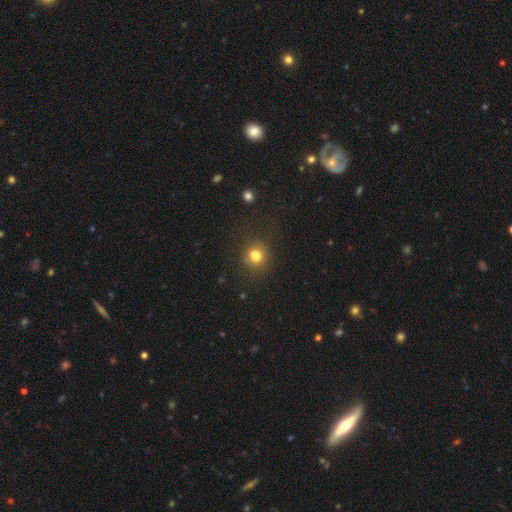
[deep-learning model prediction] smooth 78%, star or artifact 14%, featured or disk 8%. Down the decision tree: how rounded — round (78%); merging — none (74%).